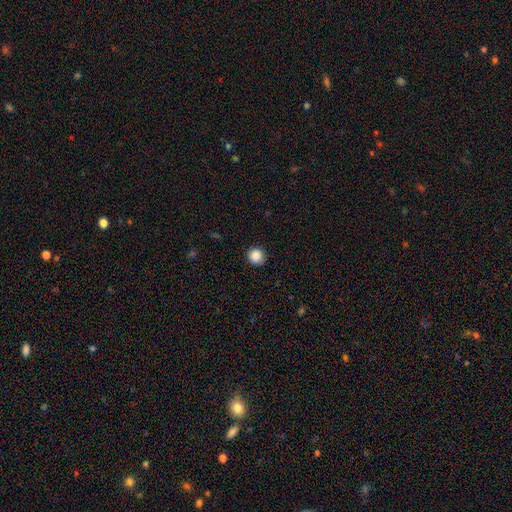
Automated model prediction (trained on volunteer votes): smooth_or_featured: smooth (p=0.86) [alt: star or artifact p=0.10]
how_rounded: round (p=0.90) [alt: in between p=0.09]
merging: none (p=0.90) [alt: minor disturbance p=0.07]